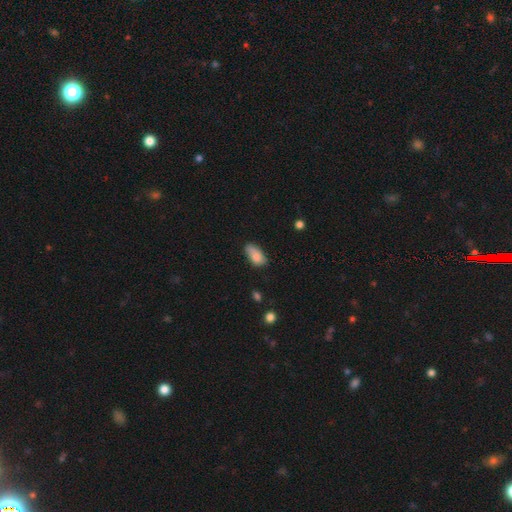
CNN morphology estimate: type=smooth (80%); roundness=in between (91%); merging=none (52%).